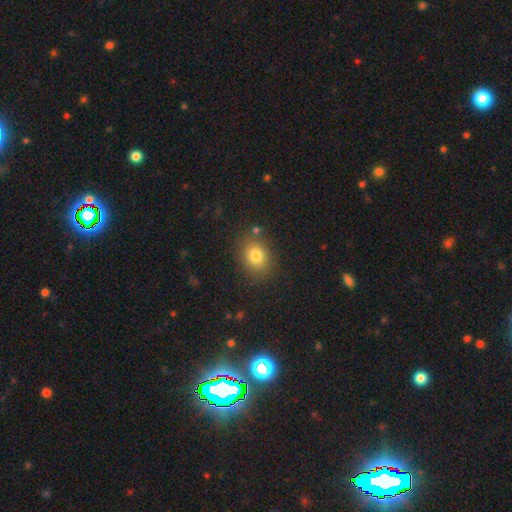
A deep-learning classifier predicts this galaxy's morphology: The model was most divided on "how rounded": round: 50%, in between: 49%, cigar-shaped: 1%. More confident: merging — none (81%); smooth or featured — smooth (80%).